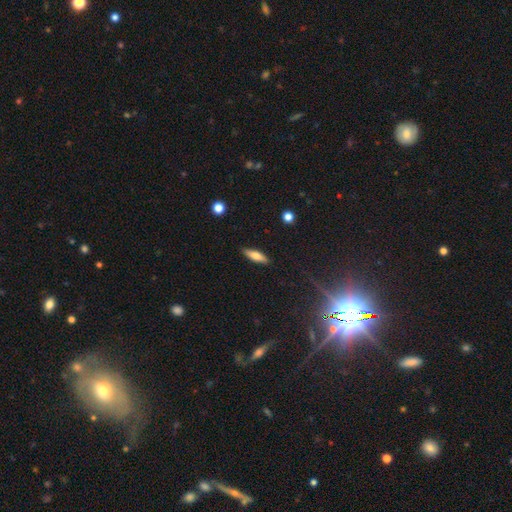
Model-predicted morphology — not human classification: smooth-or-featured: smooth: 66% | featured or disk: 27% | star or artifact: 7%
  how-rounded: cigar-shaped: 58% | in between: 40% | round: 2%
  merging: none: 88% | minor disturbance: 9% | major disturbance: 2% | merger: 1%